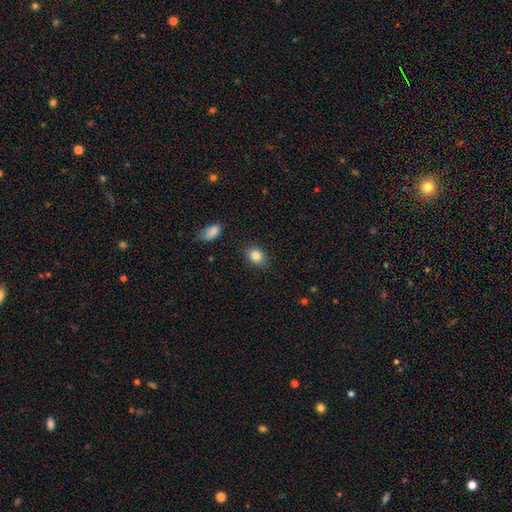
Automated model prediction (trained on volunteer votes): smooth 85%, star or artifact 9%, featured or disk 6%. Down the decision tree: how rounded — in between (64%); merging — none (85%).